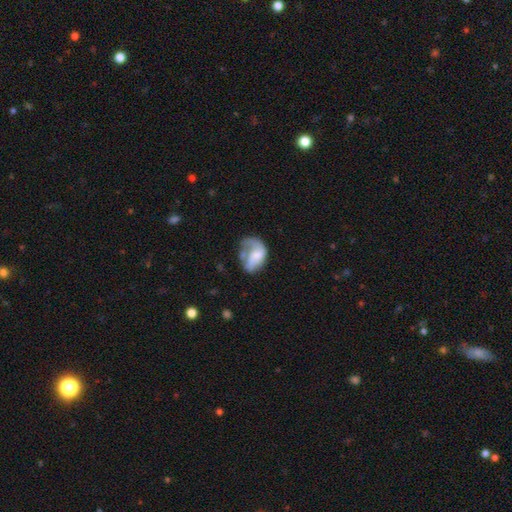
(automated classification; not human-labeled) The model was most divided on "smooth or featured": featured or disk: 50%, smooth: 42%, star or artifact: 8%. Remaining: edge-on disk — no (97%); merging — major disturbance (40%).